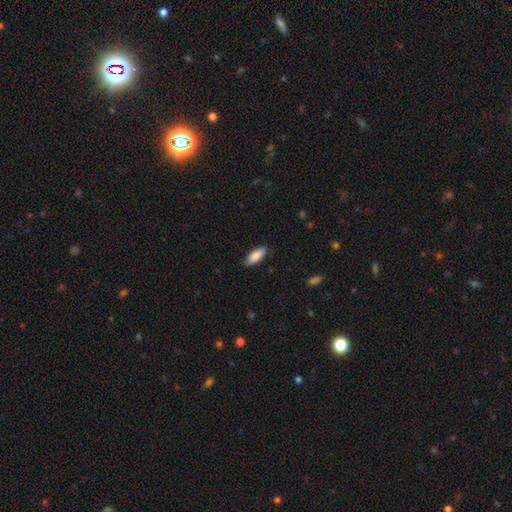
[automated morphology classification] This appears to be a smooth galaxy with no disk features (85%) that is in between round and cigar-shaped (75%). Merging: none (85%).